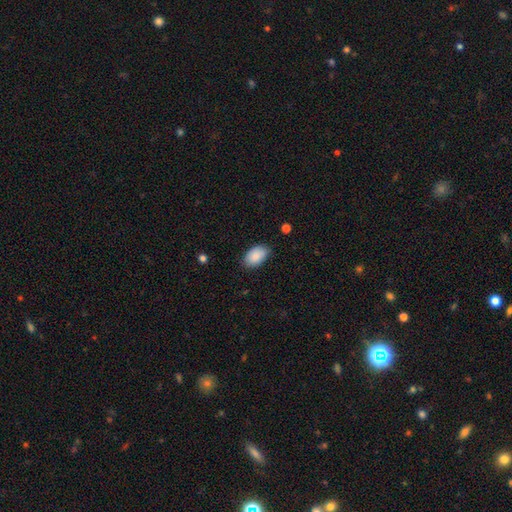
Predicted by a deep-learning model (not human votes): Smooth or featured?
  - smooth: 87% *
  - star or artifact: 7%
  - featured or disk: 6%
How rounded?
  - in between: 93% *
  - round: 6%
  - cigar-shaped: 1%
Merging?
  - none: 81% *
  - minor disturbance: 16%
  - major disturbance: 3%
  - merger: 1%